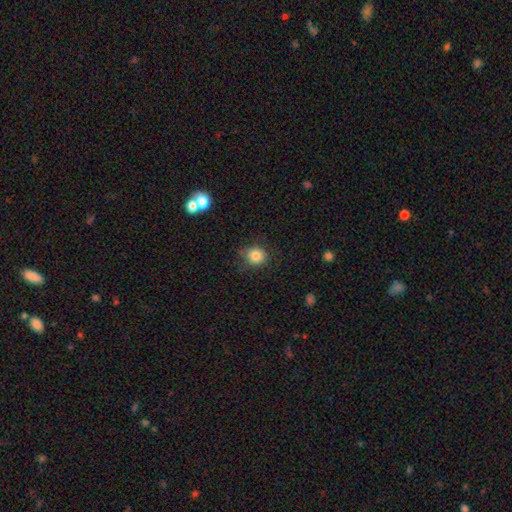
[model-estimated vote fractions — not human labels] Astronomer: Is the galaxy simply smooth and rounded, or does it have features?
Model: smooth — 84%.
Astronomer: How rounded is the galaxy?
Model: round — 85%.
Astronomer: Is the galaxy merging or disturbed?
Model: none — 77%.